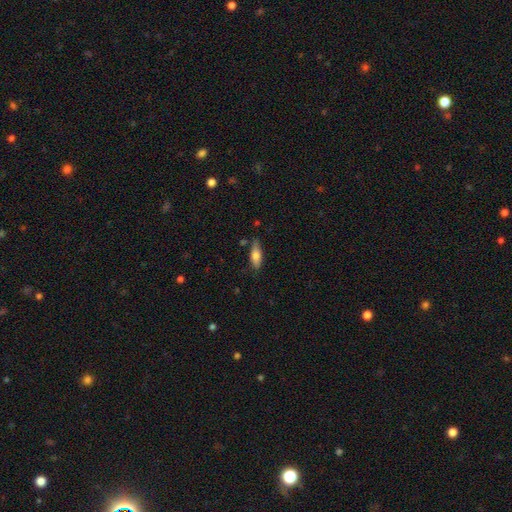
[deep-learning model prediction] Smooth or featured?
  - smooth: 73% *
  - featured or disk: 20%
  - star or artifact: 7%
How rounded?
  - in between: 62% *
  - cigar-shaped: 35%
  - round: 2%
Merging?
  - none: 72% *
  - minor disturbance: 21%
  - major disturbance: 4%
  - merger: 3%